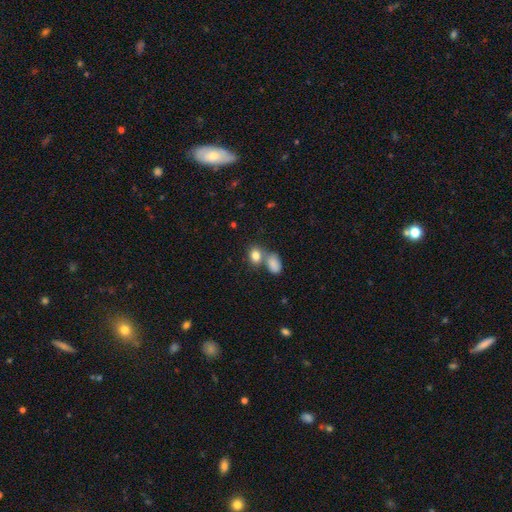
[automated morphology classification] A smooth galaxy with no disk features (83%) that is in between round and cigar-shaped (67%). Merging: merger (44%).